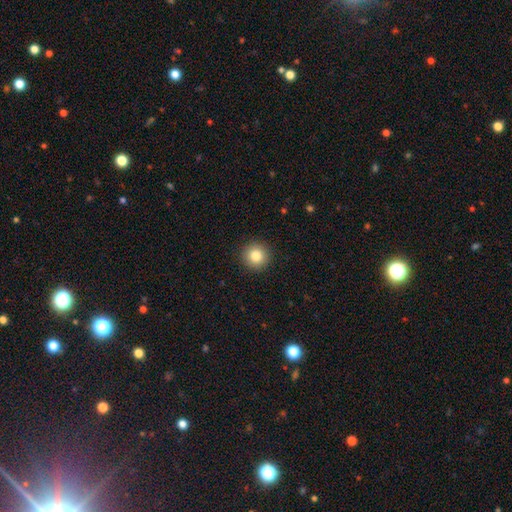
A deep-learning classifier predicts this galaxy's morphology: Overall: smooth (83%). How rounded: round (95%). Merging: none (93%).